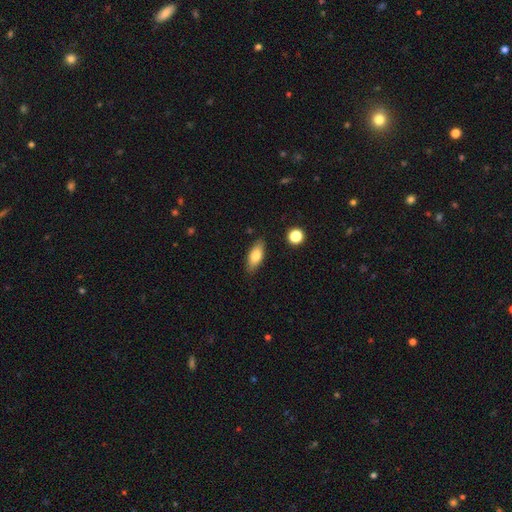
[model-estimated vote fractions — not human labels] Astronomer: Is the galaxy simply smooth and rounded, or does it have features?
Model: smooth — 75%.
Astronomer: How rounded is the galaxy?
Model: in between — 80%.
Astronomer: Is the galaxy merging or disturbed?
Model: none — 85%.